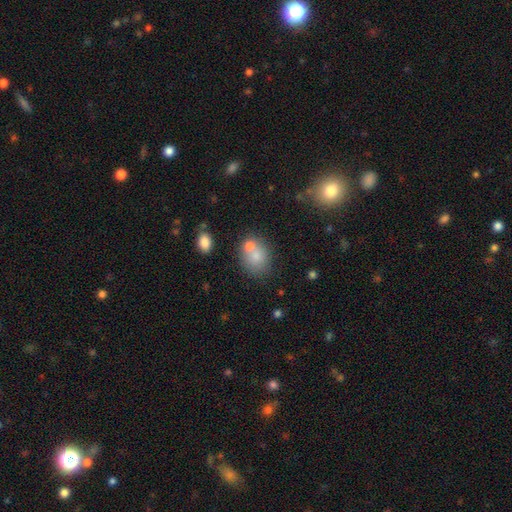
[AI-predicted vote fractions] The model was most divided on "how rounded": round: 58%, in between: 41%, cigar-shaped: 1%. More confident: smooth or featured — smooth (73%); merging — none (51%).